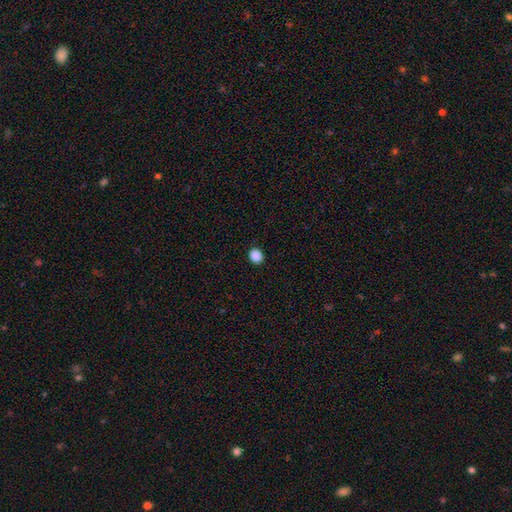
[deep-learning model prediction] Q: Smooth or featured?
A: smooth (88%); runner-up: star or artifact (10%)
Q: How rounded?
A: round (67%); runner-up: in between (32%)
Q: Merging?
A: none (91%); runner-up: minor disturbance (6%)